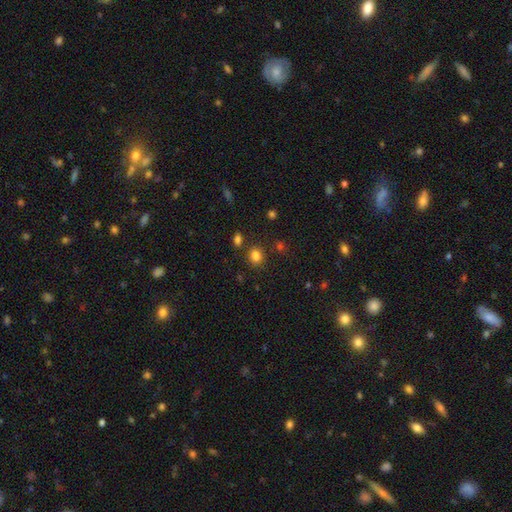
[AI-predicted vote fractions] Smooth or featured?
  - smooth: 82% *
  - star or artifact: 13%
  - featured or disk: 5%
How rounded?
  - round: 70% *
  - in between: 29%
  - cigar-shaped: 1%
Merging?
  - none: 81% *
  - minor disturbance: 9%
  - merger: 7%
  - major disturbance: 3%